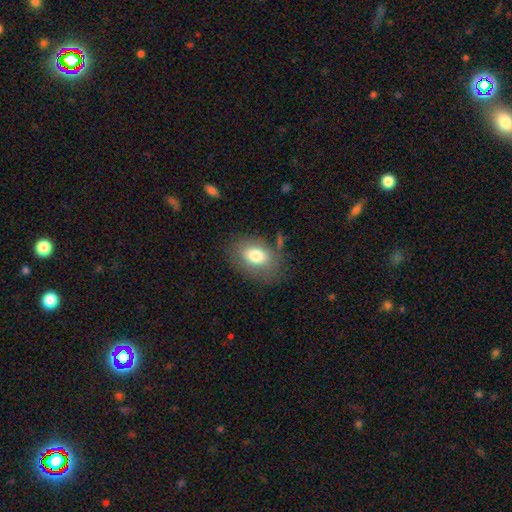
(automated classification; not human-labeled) Morphology: type=smooth (76%); roundness=in between (77%); merging=none (71%).